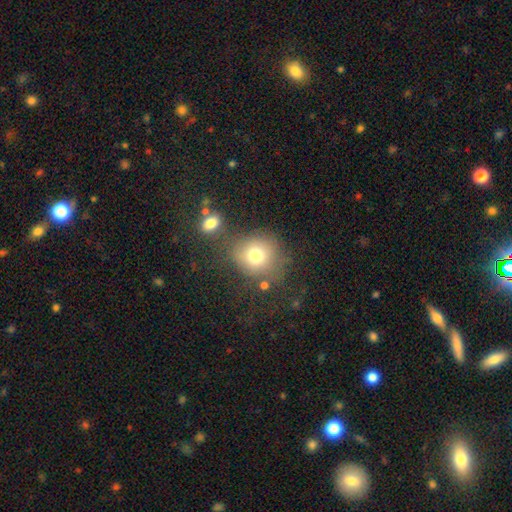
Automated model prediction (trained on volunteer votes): This appears to be a smooth galaxy with no disk features (75%) that is round (81%). Merging: none (61%).